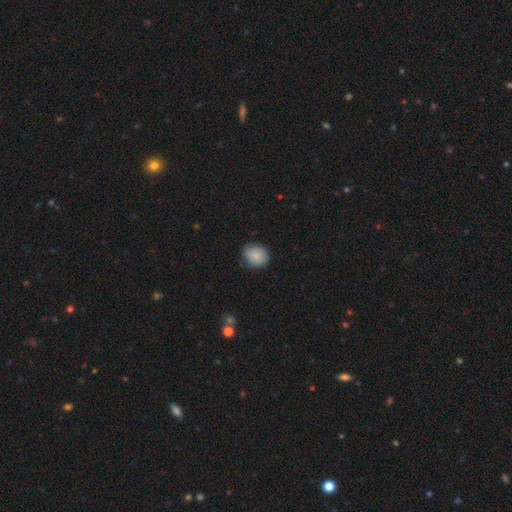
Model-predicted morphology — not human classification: The model was most divided on "how rounded": round: 64%, in between: 35%, cigar-shaped: 1%. More confident: smooth or featured — smooth (86%); merging — none (80%).